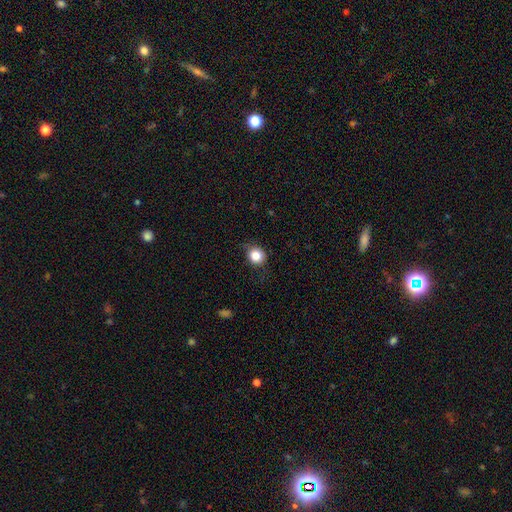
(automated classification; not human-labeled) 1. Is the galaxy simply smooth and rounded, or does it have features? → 83% smooth, 11% star or artifact, 6% featured or disk.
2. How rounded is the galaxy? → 81% round, 18% in between, 1% cigar-shaped.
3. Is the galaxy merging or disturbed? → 73% none, 20% minor disturbance, 6% major disturbance, 1% merger.